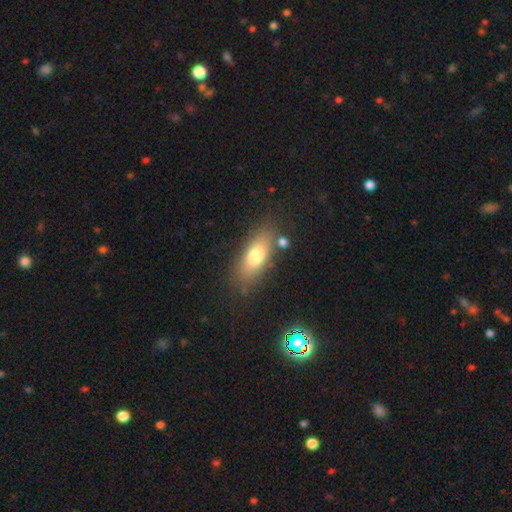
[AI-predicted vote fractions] A smooth galaxy with no disk features (73%) that is in between round and cigar-shaped (77%). Merging: none (78%).